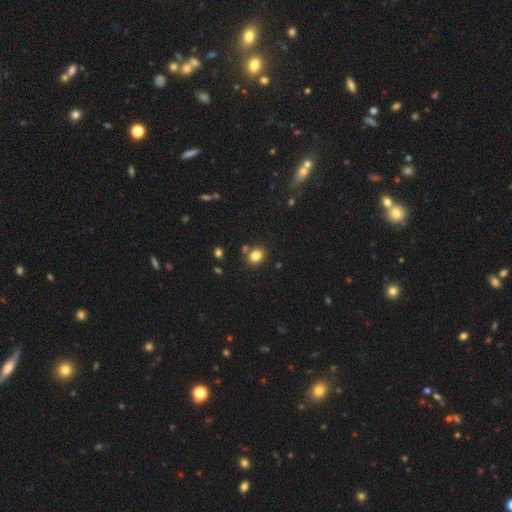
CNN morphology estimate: Smooth or featured? Predicted: smooth (p=0.82). How rounded? Predicted: round (p=0.54). Merging? Predicted: none (p=0.76).